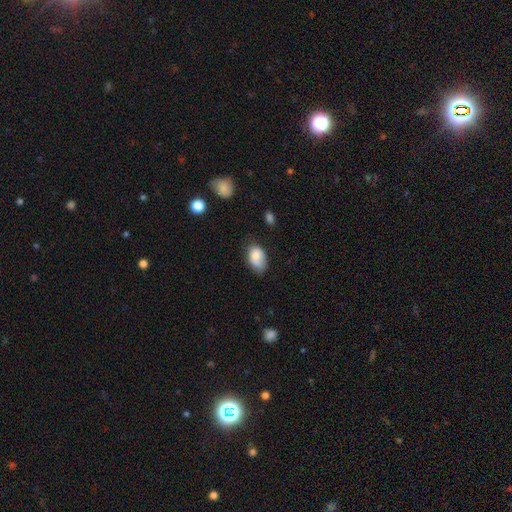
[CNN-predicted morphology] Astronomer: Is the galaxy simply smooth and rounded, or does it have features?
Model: smooth — 80%.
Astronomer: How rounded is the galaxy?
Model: in between — 89%.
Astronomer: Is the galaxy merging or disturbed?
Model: none — 58%.